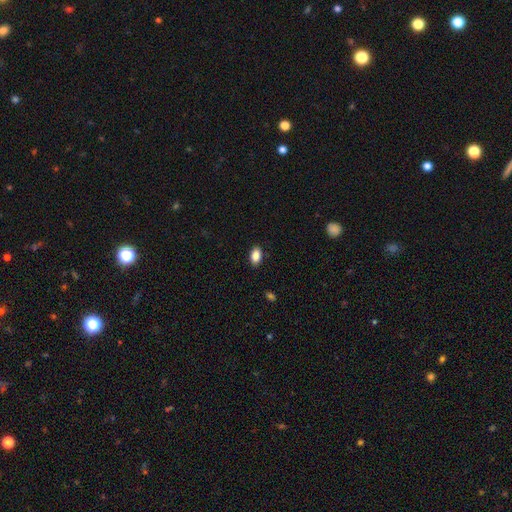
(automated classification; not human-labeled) Overall: smooth (87%). How rounded: in between (91%). Merging: none (88%).